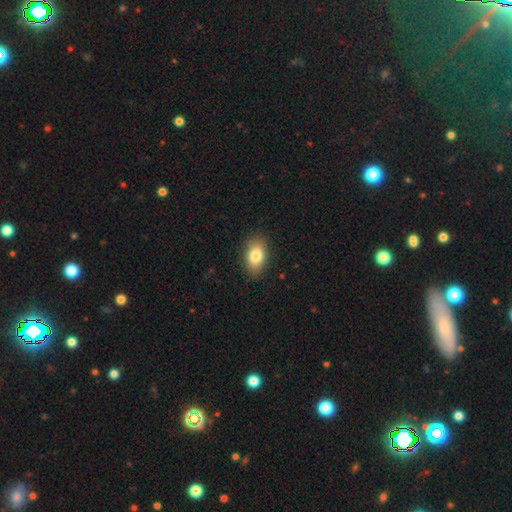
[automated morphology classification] The model was most divided on "smooth or featured": smooth: 82%, featured or disk: 10%, star or artifact: 8%. More confident: how rounded — in between (87%); merging — none (87%).